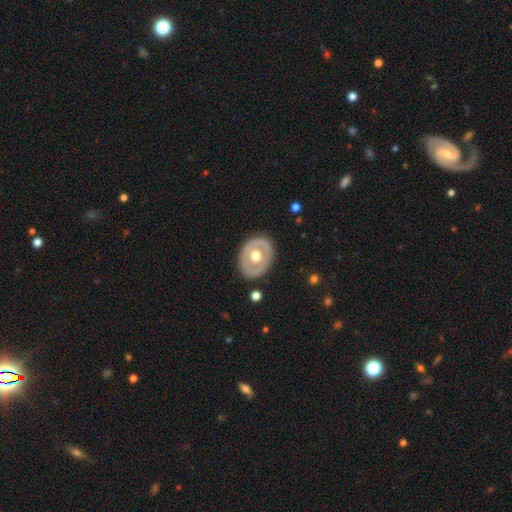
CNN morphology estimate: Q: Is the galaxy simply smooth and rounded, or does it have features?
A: featured or disk — 55%.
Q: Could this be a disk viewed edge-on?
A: no — 93%.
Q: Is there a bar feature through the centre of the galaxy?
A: no — 91%.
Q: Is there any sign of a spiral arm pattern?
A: no — 93%.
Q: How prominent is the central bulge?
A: moderate — 58%.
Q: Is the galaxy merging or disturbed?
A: none — 84%.